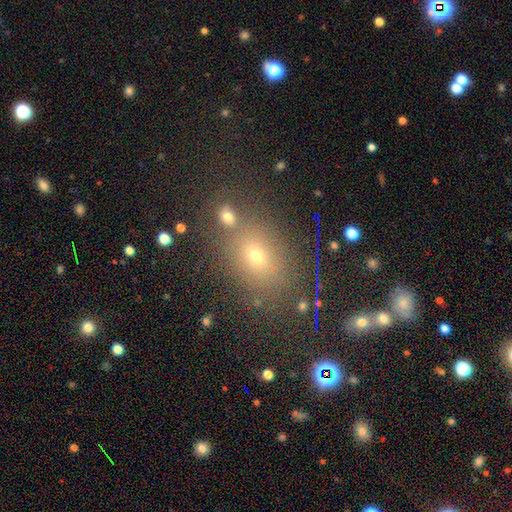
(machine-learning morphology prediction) Smooth or featured? Predicted: smooth (p=0.56). How rounded? Predicted: in between (p=0.58). Merging? Predicted: none (p=0.75).